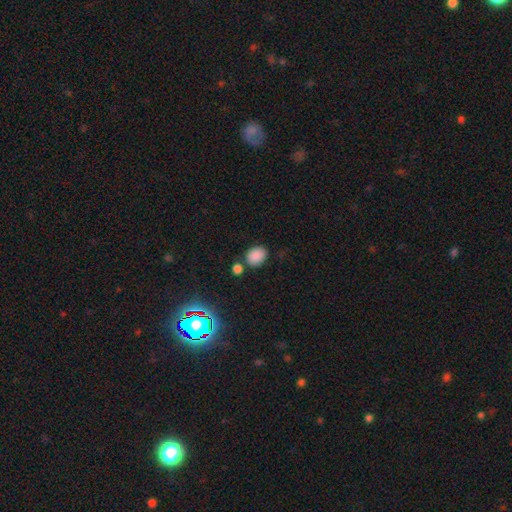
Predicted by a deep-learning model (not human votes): Morphology: type=smooth (84%); roundness=in between (67%); merging=none (69%).